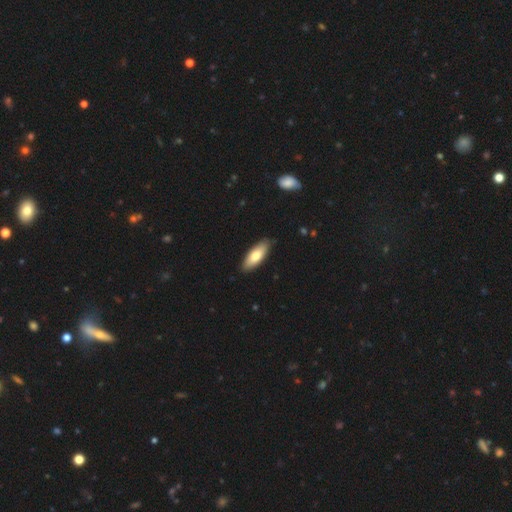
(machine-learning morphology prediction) This appears to be a smooth galaxy with no disk features (74%) that is in between round and cigar-shaped (74%). Merging: none (86%).